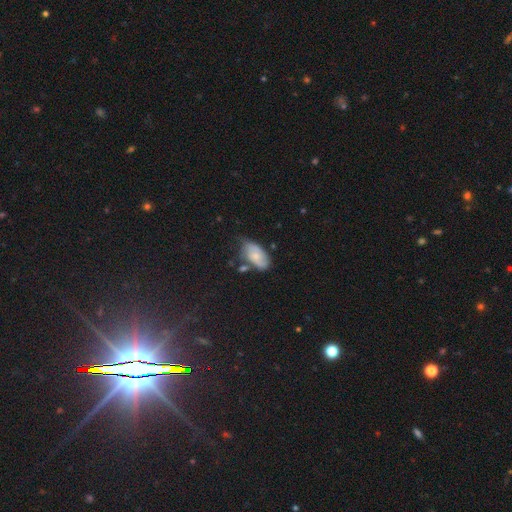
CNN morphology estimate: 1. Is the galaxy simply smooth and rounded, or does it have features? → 56% smooth, 35% featured or disk, 8% star or artifact.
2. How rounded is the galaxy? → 92% in between, 5% round, 3% cigar-shaped.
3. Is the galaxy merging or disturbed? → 46% none, 35% minor disturbance, 11% major disturbance, 9% merger.